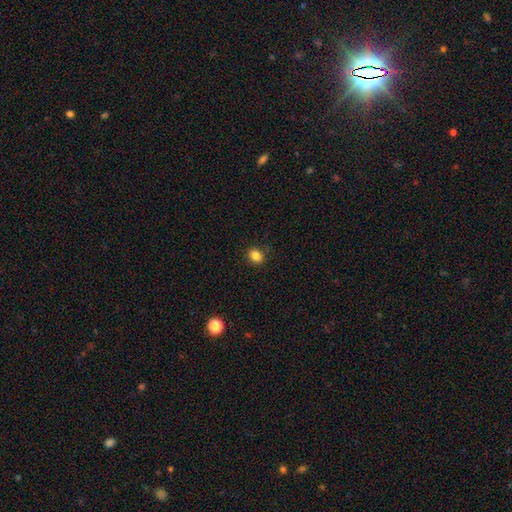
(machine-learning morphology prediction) A smooth galaxy with no disk features (84%) that is round (53%). Merging: none (89%).